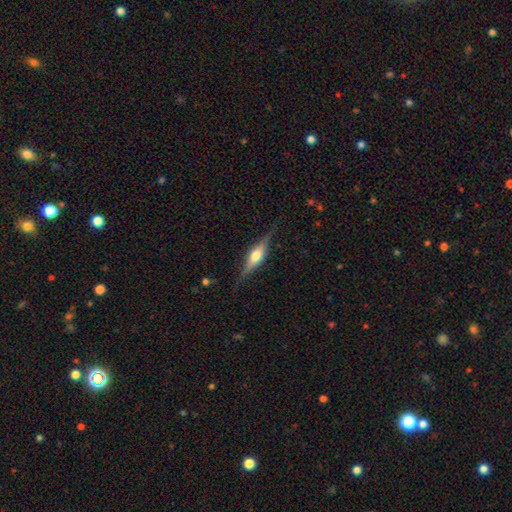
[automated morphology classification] Smooth or featured? Predicted: featured or disk (p=0.69). Edge-on disk? Predicted: yes (p=0.97). Edge-on bulge? Predicted: rounded (p=0.89). Merging? Predicted: none (p=0.84).